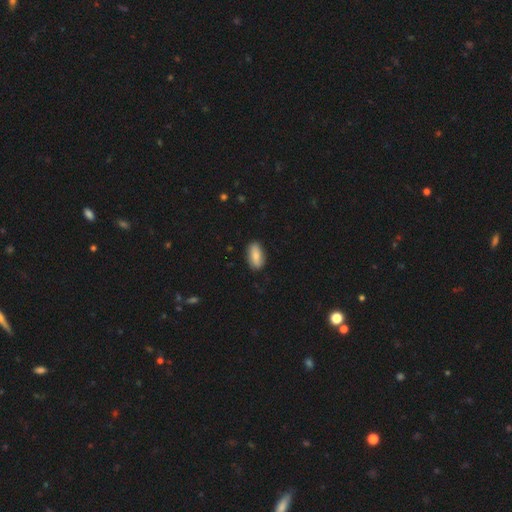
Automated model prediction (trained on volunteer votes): A smooth galaxy with no disk features (80%) that is in between round and cigar-shaped (88%). Merging: none (86%).